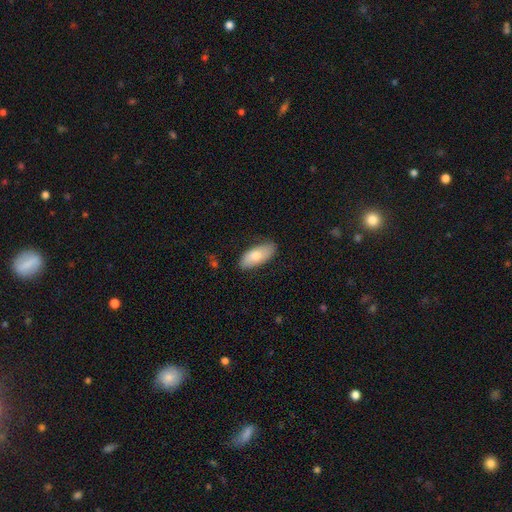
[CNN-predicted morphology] This is likely a smooth galaxy (78%). How rounded: clearly in between (86%). Merging: likely none (79%).